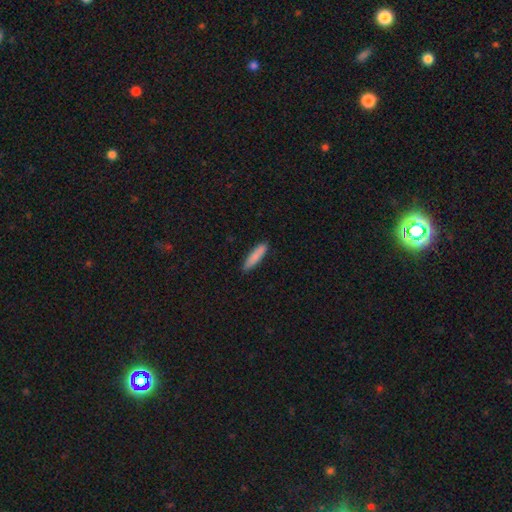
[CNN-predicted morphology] This is clearly a smooth galaxy (86%). How rounded: clearly cigar-shaped (80%). Merging: clearly none (88%).